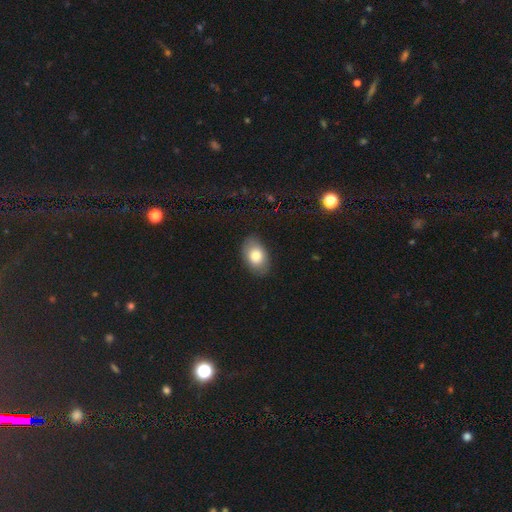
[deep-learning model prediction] Smooth or featured? smooth (80%)
How rounded? in between (89%)
Merging? none (85%)